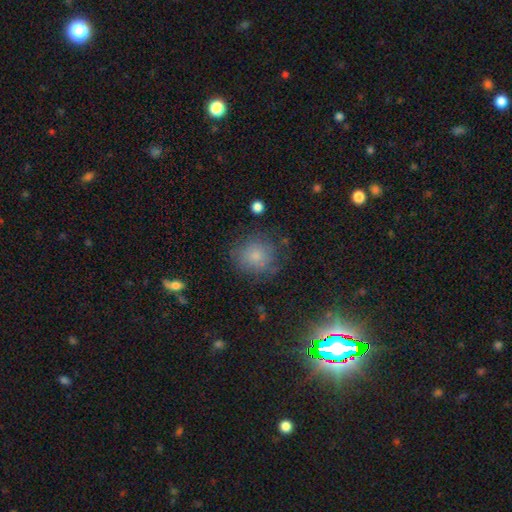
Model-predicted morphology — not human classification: Overall: smooth (73%). How rounded: round (83%). Merging: none (71%).